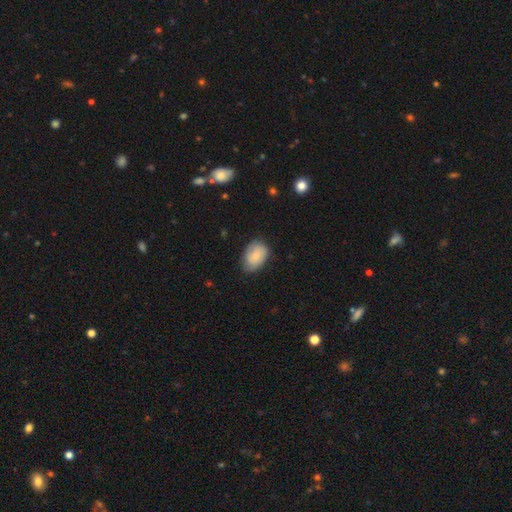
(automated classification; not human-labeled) Q: Smooth or featured?
A: smooth (75%); runner-up: featured or disk (18%)
Q: How rounded?
A: in between (81%); runner-up: round (18%)
Q: Merging?
A: none (64%); runner-up: minor disturbance (29%)